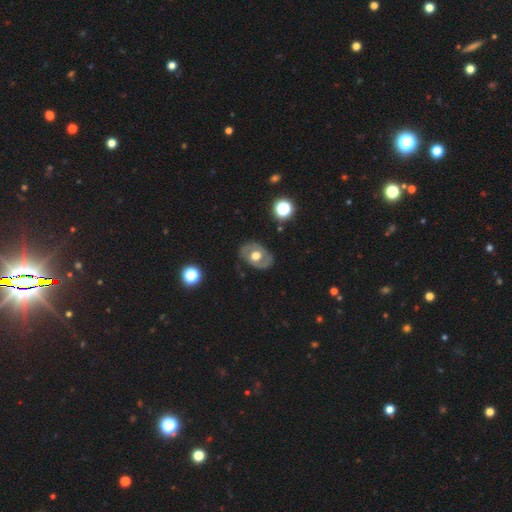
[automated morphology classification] Smooth or featured? Predicted: featured or disk (p=0.63). Edge-on disk? Predicted: no (p=0.95). Bar? Predicted: no (p=0.72). Spiral arms? Predicted: no (p=0.55). Bulge size? Predicted: moderate (p=0.56). Merging? Predicted: none (p=0.79).